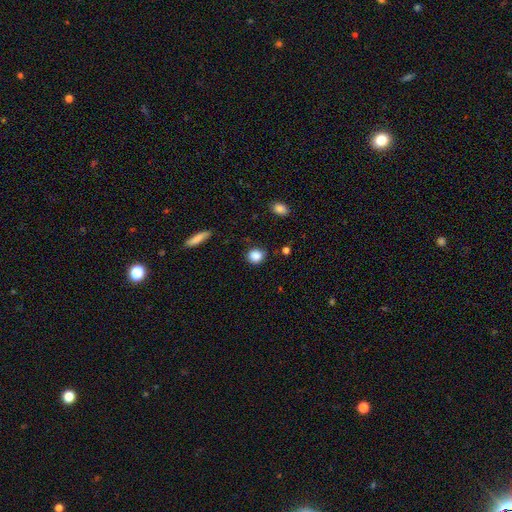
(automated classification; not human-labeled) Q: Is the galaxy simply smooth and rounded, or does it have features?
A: smooth — 87%.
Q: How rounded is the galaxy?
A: round — 78%.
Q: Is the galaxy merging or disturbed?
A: none — 82%.